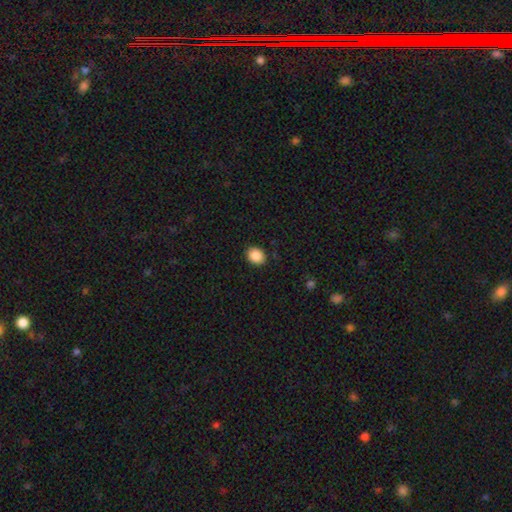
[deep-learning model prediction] Smooth or featured? Predicted: smooth (p=0.88). How rounded? Predicted: round (p=0.53). Merging? Predicted: none (p=0.90).